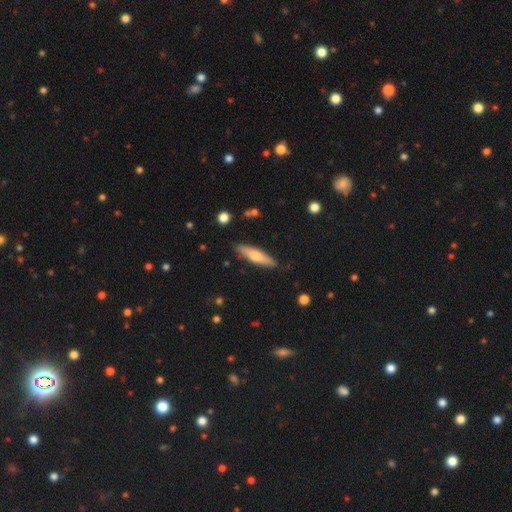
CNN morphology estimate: This is possibly a smooth galaxy (55%). How rounded: likely cigar-shaped (69%). Merging: clearly none (86%).